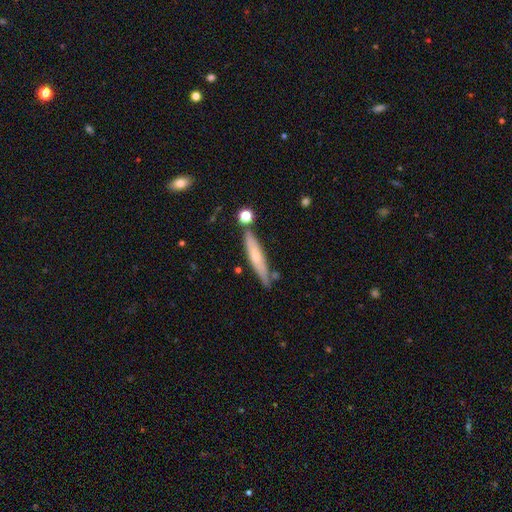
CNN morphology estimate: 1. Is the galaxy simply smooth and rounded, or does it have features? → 53% smooth, 41% featured or disk, 7% star or artifact.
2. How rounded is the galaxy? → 88% cigar-shaped, 10% in between, 2% round.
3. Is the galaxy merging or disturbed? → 73% none, 16% minor disturbance, 7% merger, 3% major disturbance.